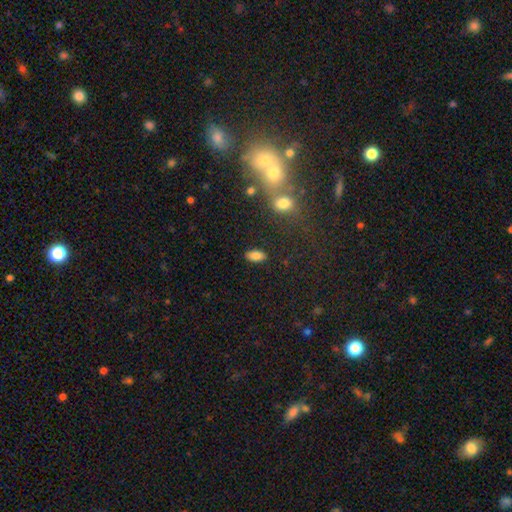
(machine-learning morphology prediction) smooth-or-featured: smooth: 83% | star or artifact: 10% | featured or disk: 7%
  how-rounded: in between: 91% | cigar-shaped: 4% | round: 4%
  merging: none: 87% | minor disturbance: 9% | major disturbance: 3% | merger: 2%